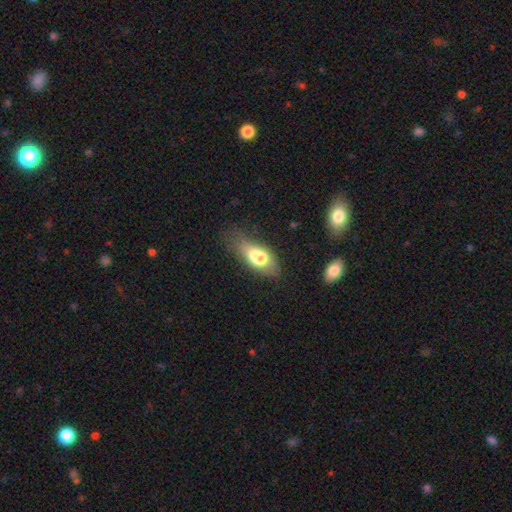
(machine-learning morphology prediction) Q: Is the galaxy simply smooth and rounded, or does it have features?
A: smooth — 68%.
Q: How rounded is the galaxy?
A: in between — 82%.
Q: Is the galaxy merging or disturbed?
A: none — 46%.